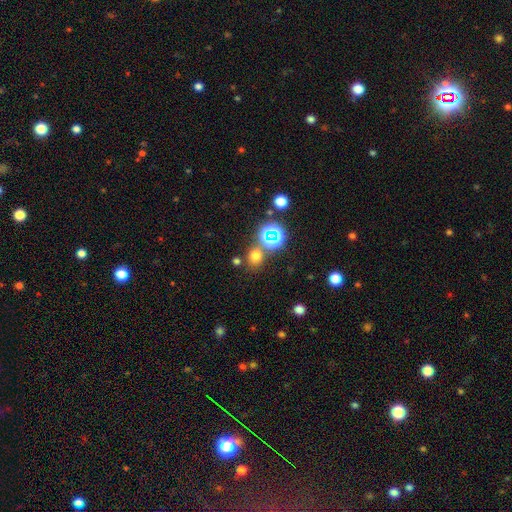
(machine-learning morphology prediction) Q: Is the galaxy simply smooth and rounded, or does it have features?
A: smooth — 64%.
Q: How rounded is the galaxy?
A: round — 80%.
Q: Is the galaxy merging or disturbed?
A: none — 74%.